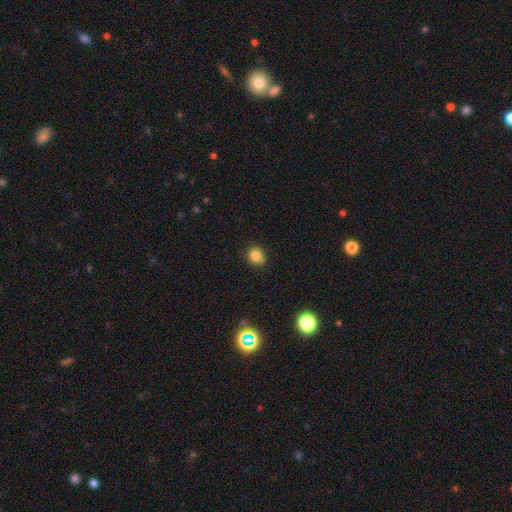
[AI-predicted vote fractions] A smooth galaxy with no disk features (82%) that is round (87%). Merging: none (78%).